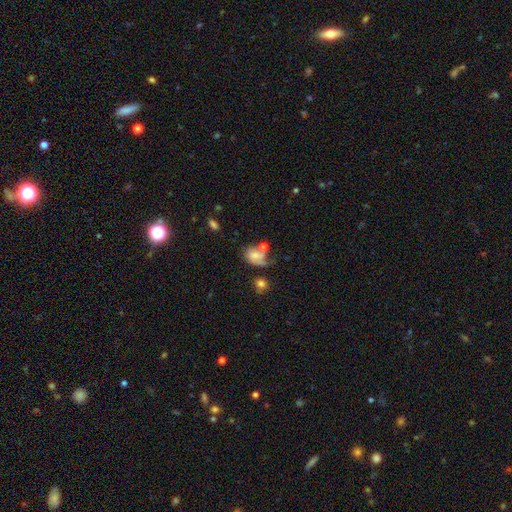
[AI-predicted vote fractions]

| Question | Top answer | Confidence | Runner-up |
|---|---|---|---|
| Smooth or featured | smooth | 50% | featured or disk (38%) |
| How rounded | in between | 66% | round (33%) |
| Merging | merger | 28% | major disturbance (27%) |